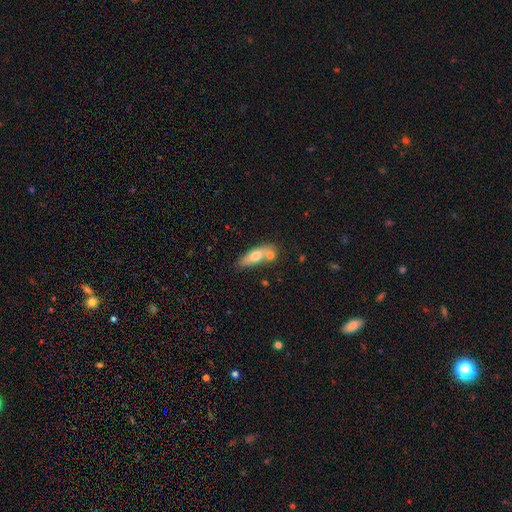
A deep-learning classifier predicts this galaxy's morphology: smooth_or_featured: smooth (p=0.63) [alt: featured or disk p=0.30]
how_rounded: in between (p=0.58) [alt: cigar-shaped p=0.37]
merging: none (p=0.43) [alt: merger p=0.39]